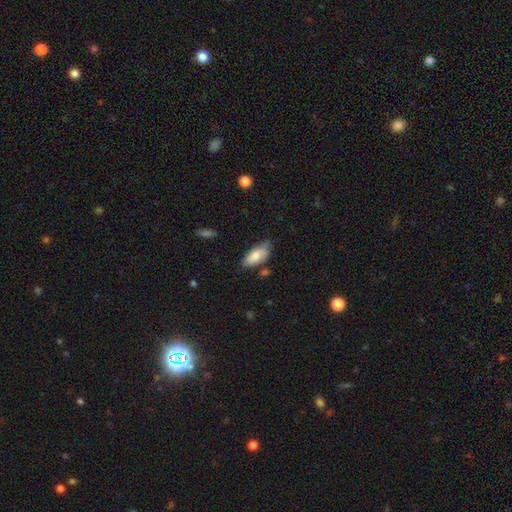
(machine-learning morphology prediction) smooth_or_featured: smooth (p=0.80) [alt: featured or disk p=0.14]
how_rounded: in between (p=0.86) [alt: cigar-shaped p=0.12]
merging: none (p=0.67) [alt: minor disturbance p=0.24]